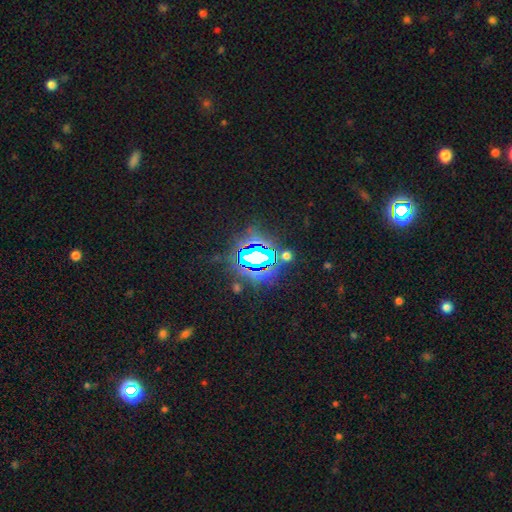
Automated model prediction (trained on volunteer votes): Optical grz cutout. It shows a star or artifact, not a galaxy (75%).